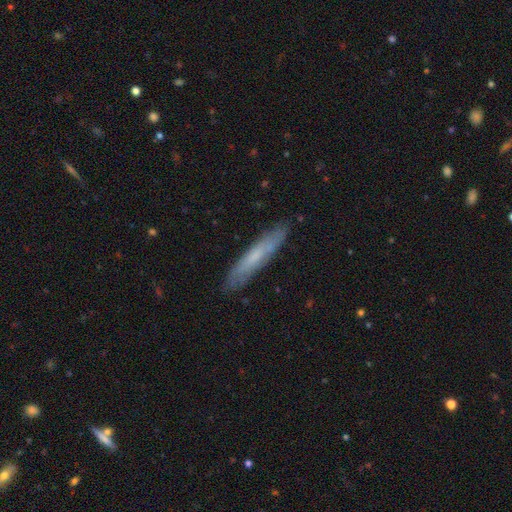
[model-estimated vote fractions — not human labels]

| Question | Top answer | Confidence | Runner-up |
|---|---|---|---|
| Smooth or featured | smooth | 57% | featured or disk (37%) |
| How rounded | cigar-shaped | 91% | in between (8%) |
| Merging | none | 87% | minor disturbance (10%) |